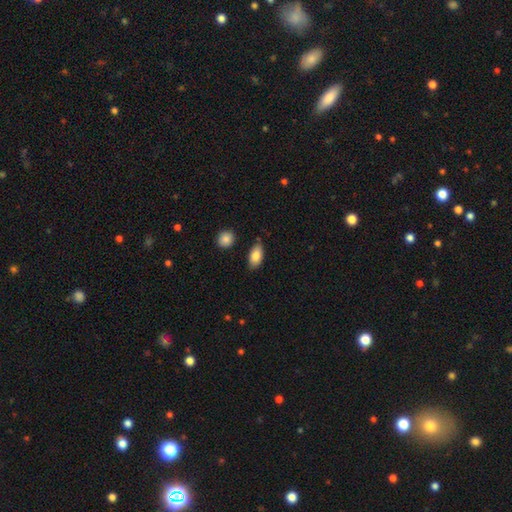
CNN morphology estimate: Smooth or featured? Predicted: smooth (p=0.82). How rounded? Predicted: in between (p=0.92). Merging? Predicted: none (p=0.79).